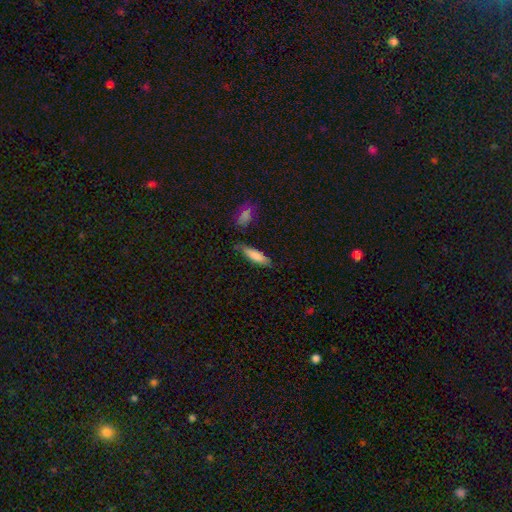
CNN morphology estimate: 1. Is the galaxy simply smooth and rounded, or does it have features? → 80% smooth, 14% featured or disk, 6% star or artifact.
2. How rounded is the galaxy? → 60% cigar-shaped, 38% in between, 2% round.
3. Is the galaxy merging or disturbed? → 75% none, 16% minor disturbance, 5% merger, 3% major disturbance.